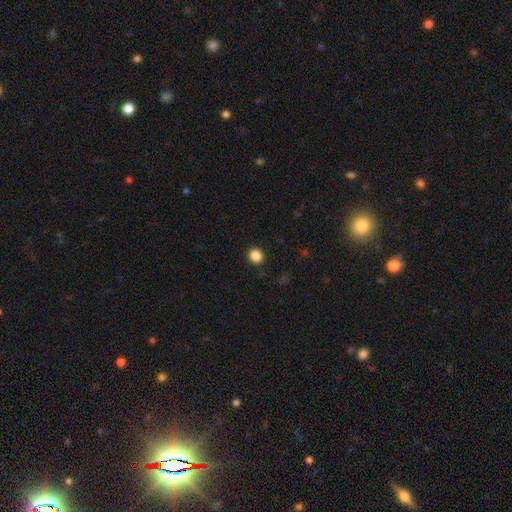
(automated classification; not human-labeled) The model was most divided on "how rounded": round: 86%, in between: 13%, cigar-shaped: 1%. More confident: merging — none (92%); smooth or featured — smooth (86%).